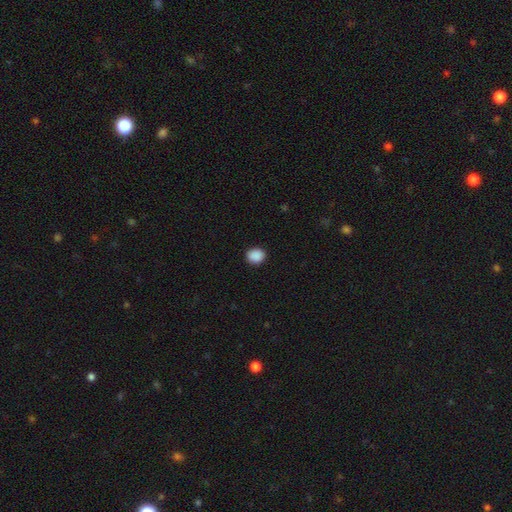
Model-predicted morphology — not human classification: Smooth or featured? smooth (89%)
How rounded? round (71%)
Merging? none (90%)